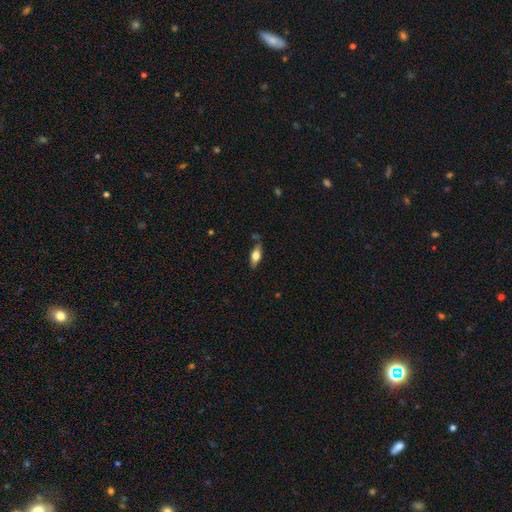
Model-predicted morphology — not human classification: Overall: smooth (55%; featured or disk 38%). How rounded: in between (68%; cigar-shaped 29%). Merging: none (77%).